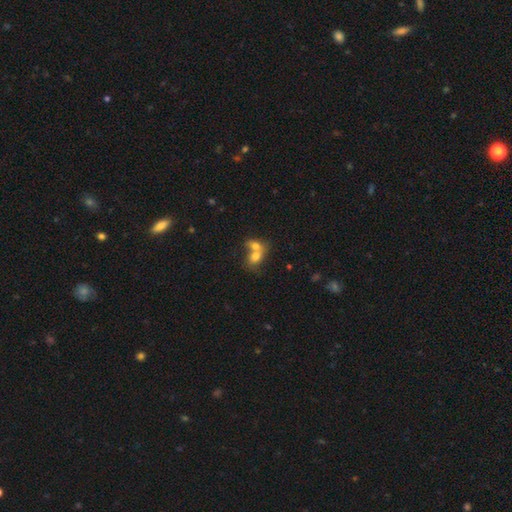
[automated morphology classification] Smooth or featured? smooth (72%)
How rounded? in between (59%)
Merging? merger (73%)